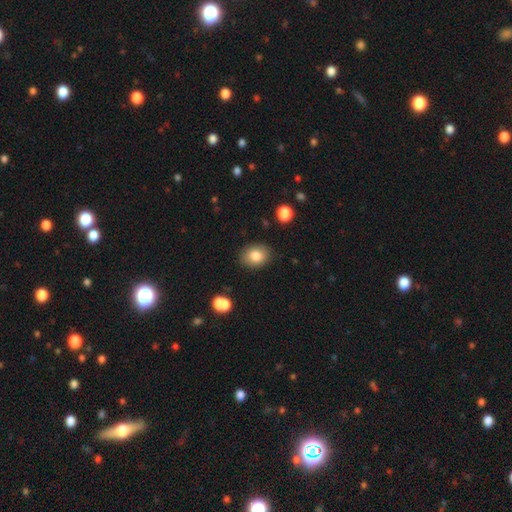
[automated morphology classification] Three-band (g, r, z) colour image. It shows a smooth galaxy with no disk features (82%) that is in between round and cigar-shaped (58%). Merging: none (85%).